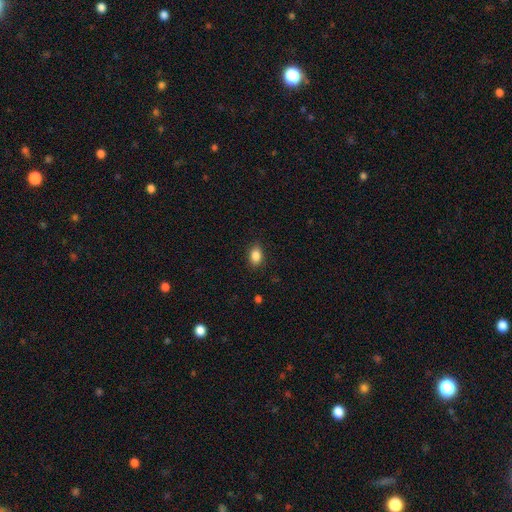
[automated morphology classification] A smooth galaxy with no disk features (86%) that is in between round and cigar-shaped (80%).

Vote fractions:
- Smooth or featured? smooth: 86% / star or artifact: 9% / featured or disk: 5%
- How rounded? in between: 80% / round: 19% / cigar-shaped: 1%
- Merging? none: 88% / minor disturbance: 9% / major disturbance: 2% / merger: 1%